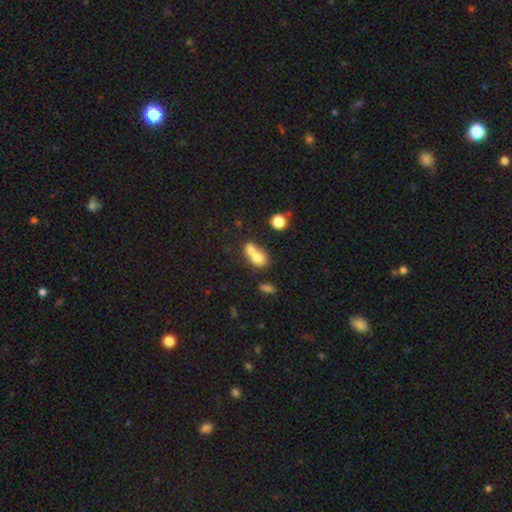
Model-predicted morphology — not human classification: smooth_or_featured: smooth (p=0.73) [alt: featured or disk p=0.16]
how_rounded: in between (p=0.50) [alt: round p=0.48]
merging: merger (p=0.68) [alt: none p=0.22]